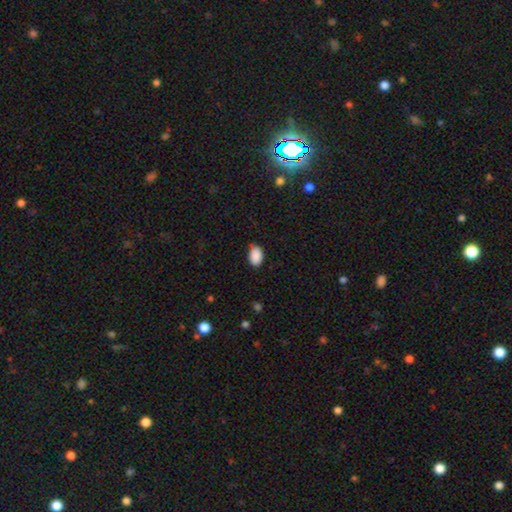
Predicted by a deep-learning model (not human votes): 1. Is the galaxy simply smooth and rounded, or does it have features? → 90% smooth, 7% star or artifact, 3% featured or disk.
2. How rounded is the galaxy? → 89% in between, 10% round, 1% cigar-shaped.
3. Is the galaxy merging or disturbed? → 76% none, 19% minor disturbance, 3% major disturbance, 1% merger.